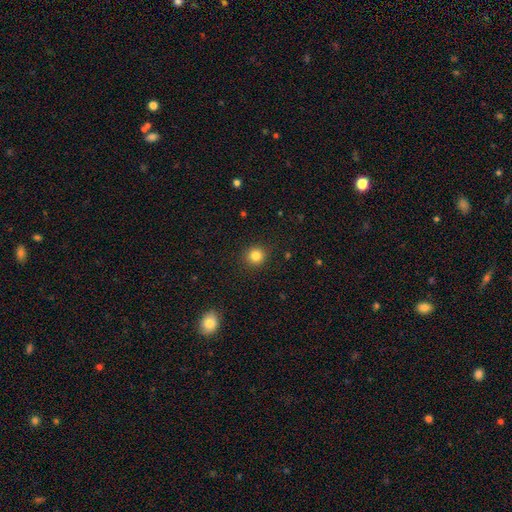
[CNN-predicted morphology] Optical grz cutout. It shows a smooth galaxy with no disk features (83%) that is round (91%). Merging: none (91%).